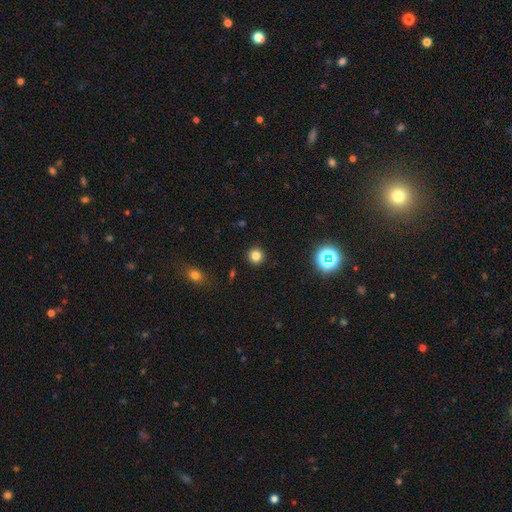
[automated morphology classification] A smooth galaxy with no disk features (80%) that is round (94%). Merging: none (92%).